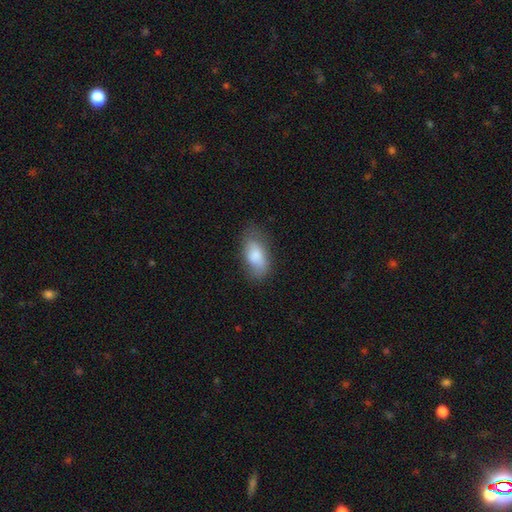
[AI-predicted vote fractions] This is clearly a smooth galaxy (81%). How rounded: clearly in between (90%). Merging: likely none (68%).